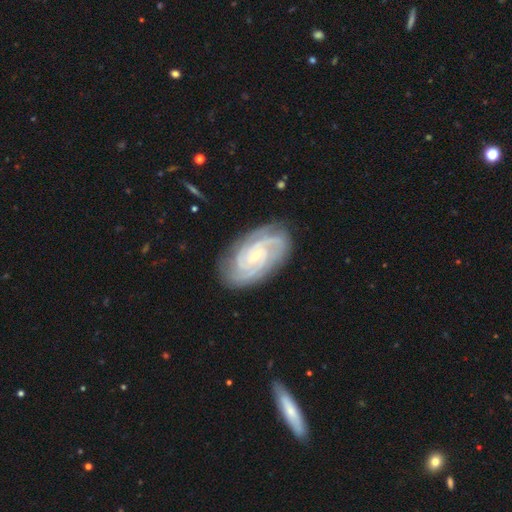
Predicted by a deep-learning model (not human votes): Smooth or featured? featured or disk (90%)
Edge-on disk? no (97%)
Bar? no (61%)
Spiral arms? yes (98%)
Spiral winding? tight (74%)
Spiral arm count? 3 (30%)
Bulge size? small (76%)
Merging? none (82%)